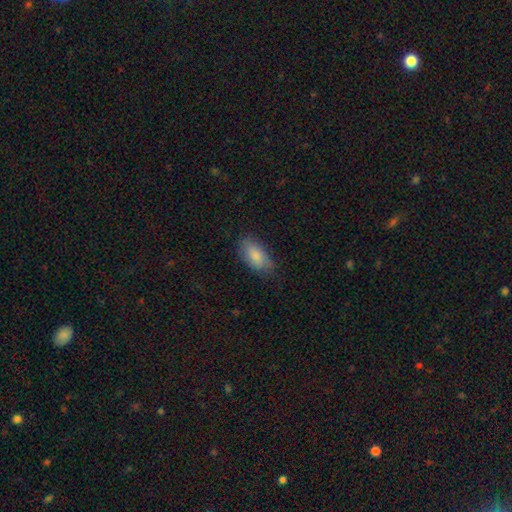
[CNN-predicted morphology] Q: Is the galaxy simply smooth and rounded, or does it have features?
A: smooth — 83%.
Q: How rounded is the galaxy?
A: in between — 91%.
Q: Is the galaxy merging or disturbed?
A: none — 75%.